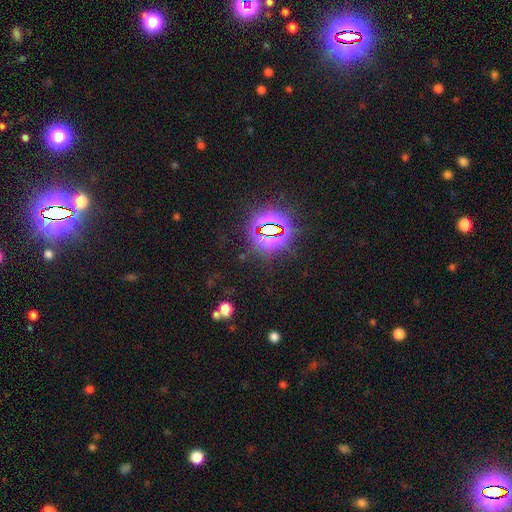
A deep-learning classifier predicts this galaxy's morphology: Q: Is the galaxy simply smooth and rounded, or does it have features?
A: star or artifact — 83%.